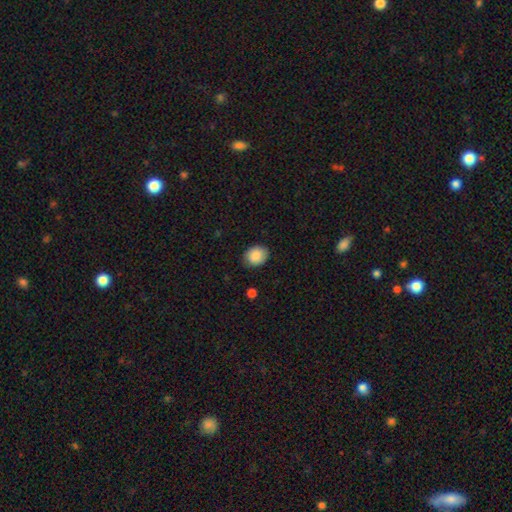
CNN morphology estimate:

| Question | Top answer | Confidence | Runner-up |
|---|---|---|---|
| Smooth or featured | smooth | 87% | star or artifact (7%) |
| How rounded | in between | 53% | round (47%) |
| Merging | none | 83% | minor disturbance (14%) |